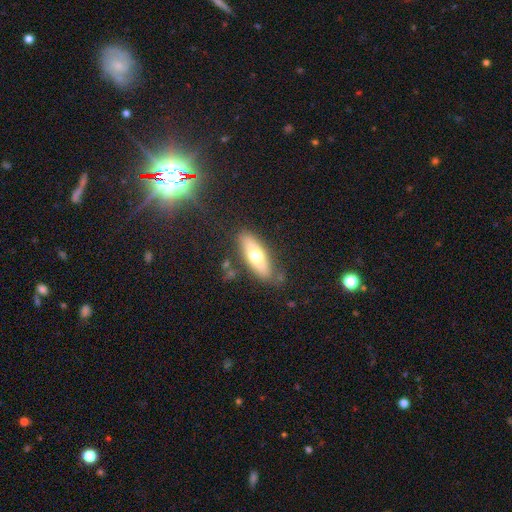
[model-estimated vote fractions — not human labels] smooth-or-featured: smooth: 60% | featured or disk: 34% | star or artifact: 7%
  how-rounded: in between: 61% | cigar-shaped: 37% | round: 3%
  merging: none: 78% | minor disturbance: 15% | major disturbance: 4% | merger: 3%